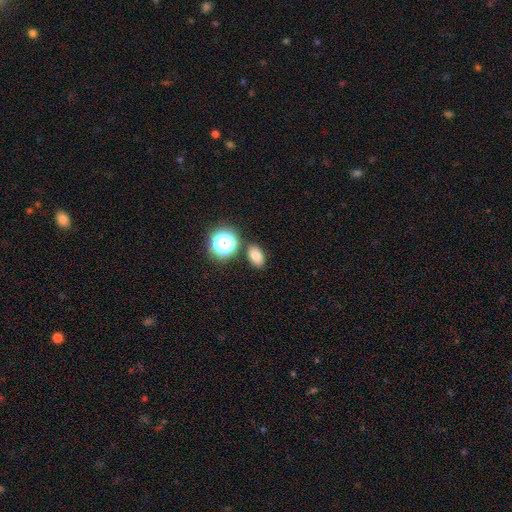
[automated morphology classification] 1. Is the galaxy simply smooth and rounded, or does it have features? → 77% smooth, 15% star or artifact, 7% featured or disk.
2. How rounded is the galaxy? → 80% in between, 19% round, 2% cigar-shaped.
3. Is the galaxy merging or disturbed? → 80% none, 10% minor disturbance, 7% merger, 3% major disturbance.